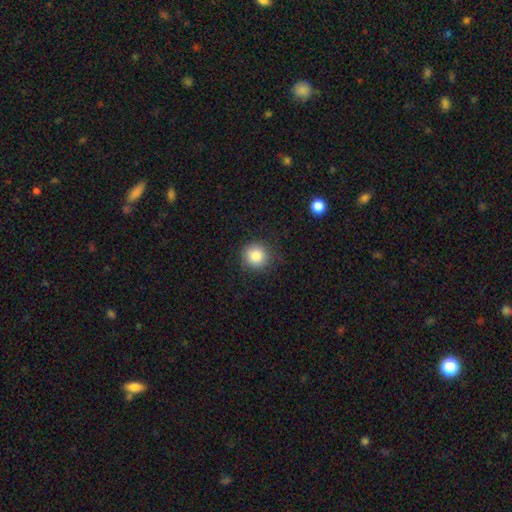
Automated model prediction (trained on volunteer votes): smooth 86%, star or artifact 10%, featured or disk 5%. Down the decision tree: how rounded — round (91%); merging — none (85%).